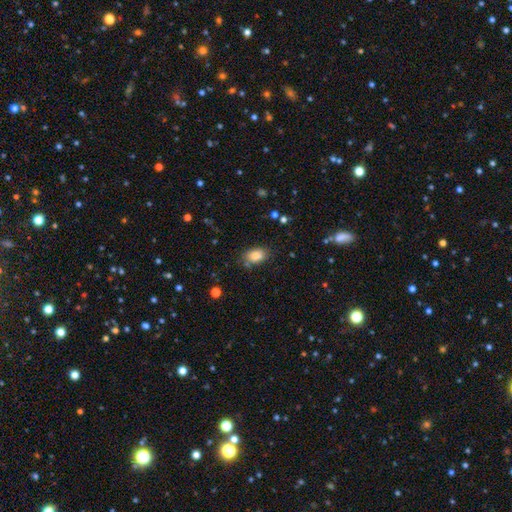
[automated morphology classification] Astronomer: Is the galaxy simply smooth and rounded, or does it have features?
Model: smooth — 84%.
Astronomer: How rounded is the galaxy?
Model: in between — 86%.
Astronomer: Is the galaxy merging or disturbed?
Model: none — 76%.